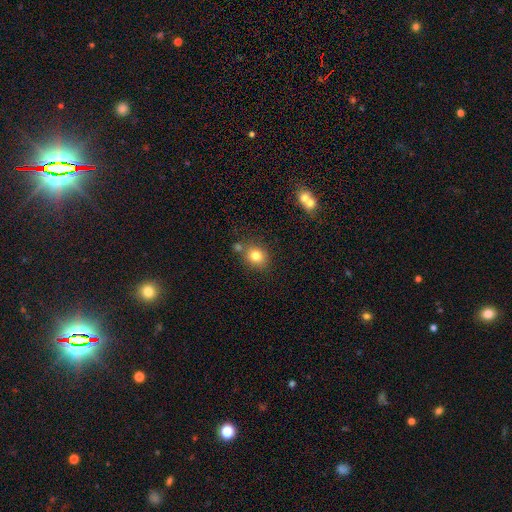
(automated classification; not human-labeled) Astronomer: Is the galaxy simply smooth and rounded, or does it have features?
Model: smooth — 79%.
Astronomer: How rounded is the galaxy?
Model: round — 66%.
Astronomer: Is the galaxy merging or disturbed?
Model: none — 69%.